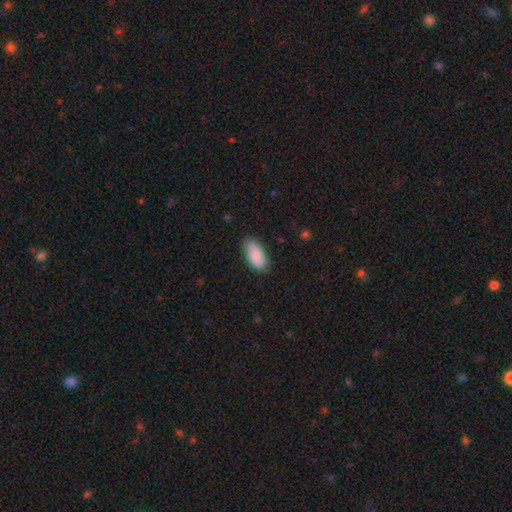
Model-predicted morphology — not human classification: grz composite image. It shows a smooth galaxy with no disk features (87%) that is in between round and cigar-shaped (93%). Merging: none (82%).